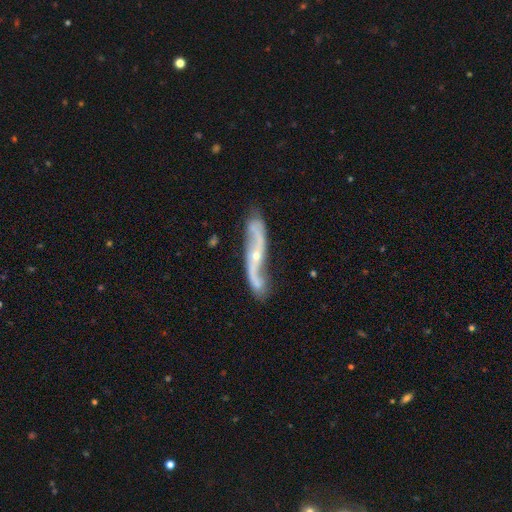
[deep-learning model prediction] A featured or disk galaxy (86%) with no bar (54%), 2 (91%) loose (70%) spiral arms (94%) and a small central bulge (68%). Merging: none (66%).